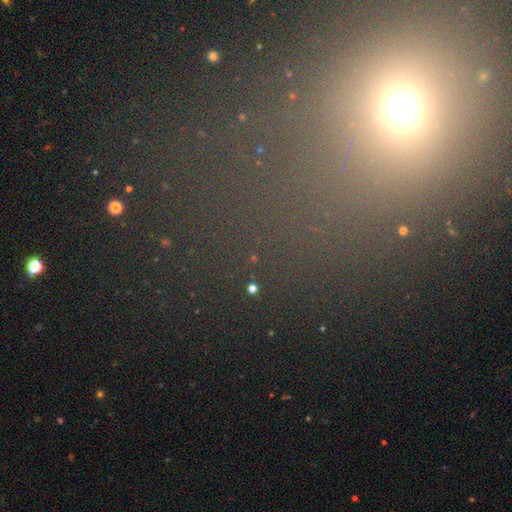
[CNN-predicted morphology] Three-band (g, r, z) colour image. It shows a star or artifact, not a galaxy (57%).